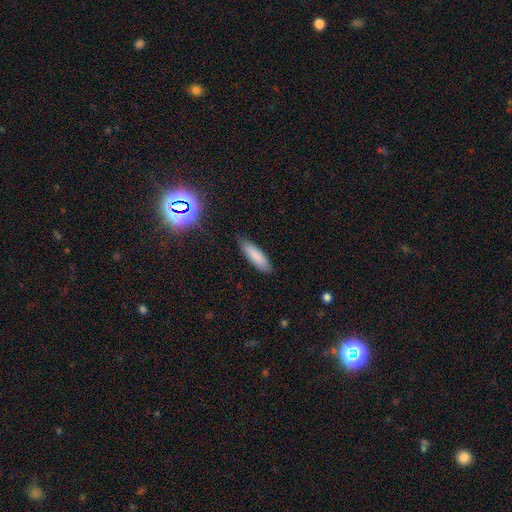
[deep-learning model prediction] Smooth or featured?
  - smooth: 85% *
  - featured or disk: 8%
  - star or artifact: 7%
How rounded?
  - cigar-shaped: 58% *
  - in between: 40%
  - round: 1%
Merging?
  - none: 85% *
  - minor disturbance: 11%
  - major disturbance: 2%
  - merger: 1%